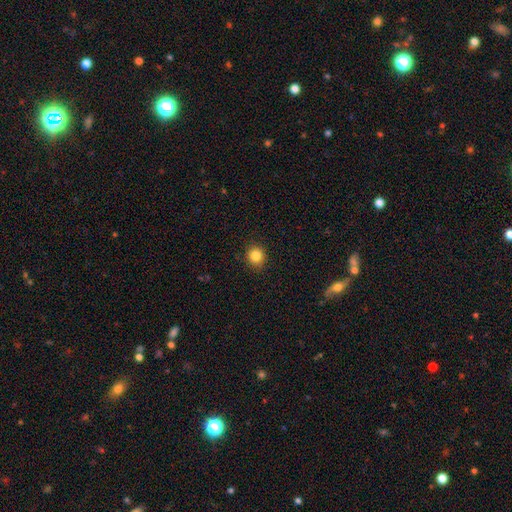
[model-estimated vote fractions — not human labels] This appears to be a smooth galaxy with no disk features (84%) that is round (86%). Merging: none (90%).